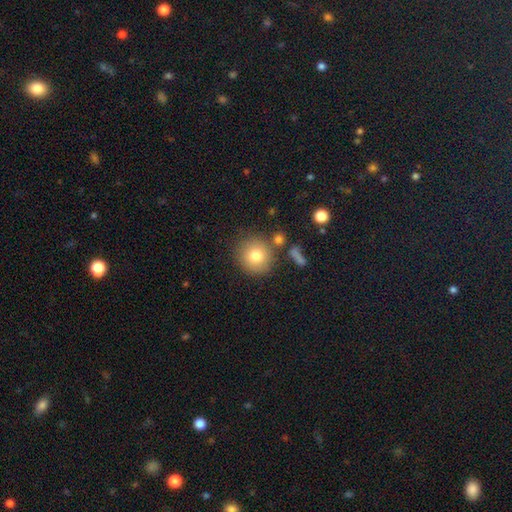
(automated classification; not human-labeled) Morphology: type=smooth (78%); roundness=round (92%); merging=none (78%).